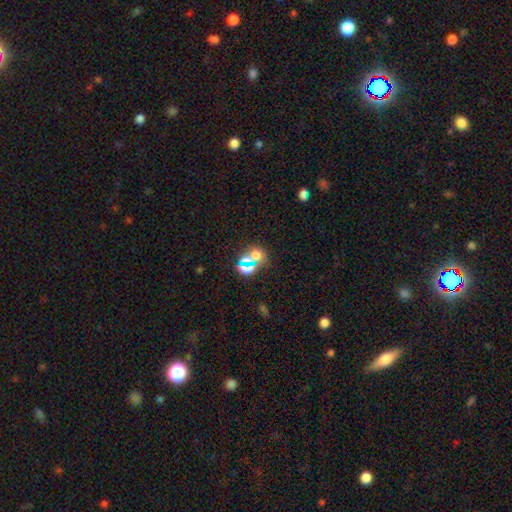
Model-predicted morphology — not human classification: Smooth or featured? smooth (51%)
How rounded? round (74%)
Merging? none (51%)